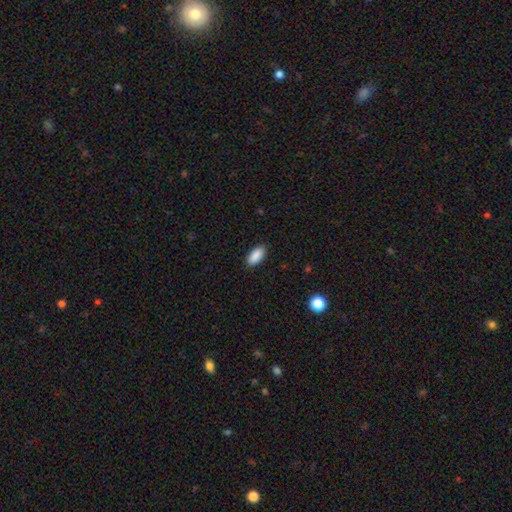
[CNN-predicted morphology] smooth 90%, star or artifact 7%, featured or disk 3%. Down the decision tree: how rounded — in between (91%); merging — none (89%).